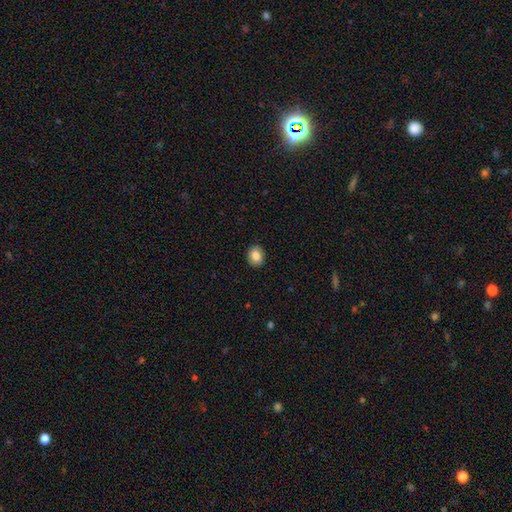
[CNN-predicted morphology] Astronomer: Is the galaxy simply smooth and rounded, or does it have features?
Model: smooth — 81%.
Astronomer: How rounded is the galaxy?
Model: round — 65%.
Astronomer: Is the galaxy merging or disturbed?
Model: none — 90%.